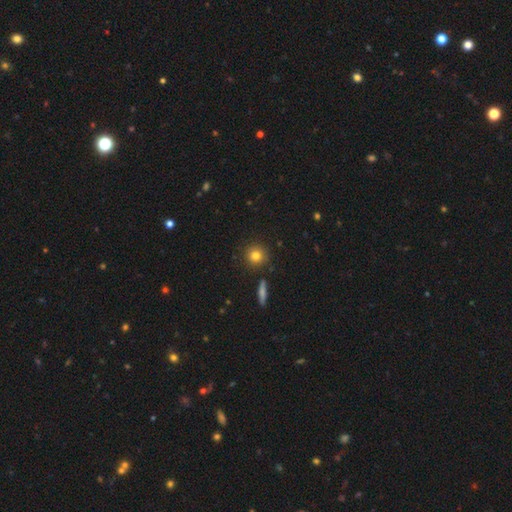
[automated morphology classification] smooth-or-featured: smooth: 80% | star or artifact: 11% | featured or disk: 9%
  how-rounded: round: 91% | in between: 7% | cigar-shaped: 2%
  merging: none: 88% | minor disturbance: 7% | merger: 3% | major disturbance: 2%